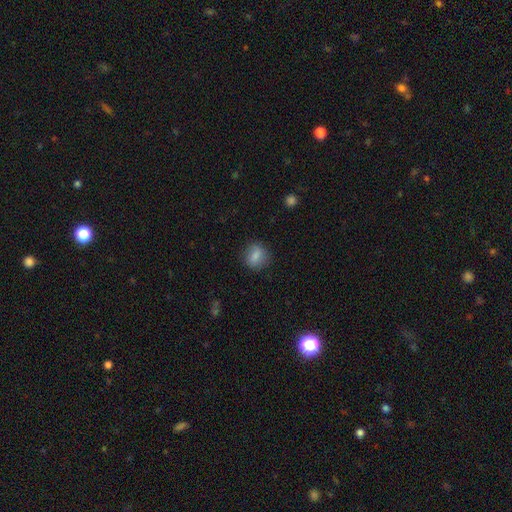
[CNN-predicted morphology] Smooth or featured? smooth (82%)
How rounded? round (58%)
Merging? none (80%)